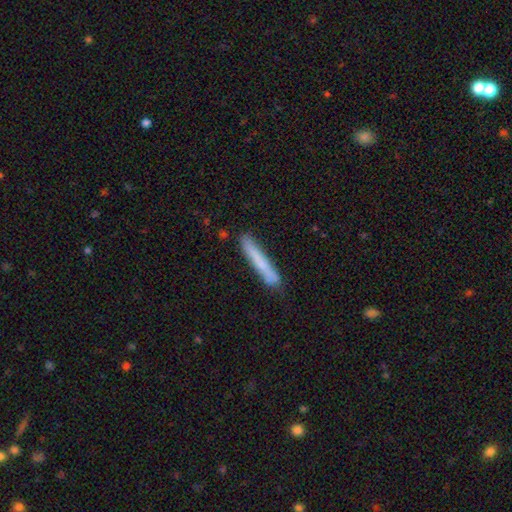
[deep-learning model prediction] A smooth galaxy with no disk features (68%) that is cigar-shaped (96%).

Vote fractions:
- Smooth or featured? smooth: 68% / featured or disk: 26% / star or artifact: 7%
- How rounded? cigar-shaped: 96% / in between: 3% / round: 1%
- Merging? none: 84% / minor disturbance: 11% / merger: 2% / major disturbance: 2%